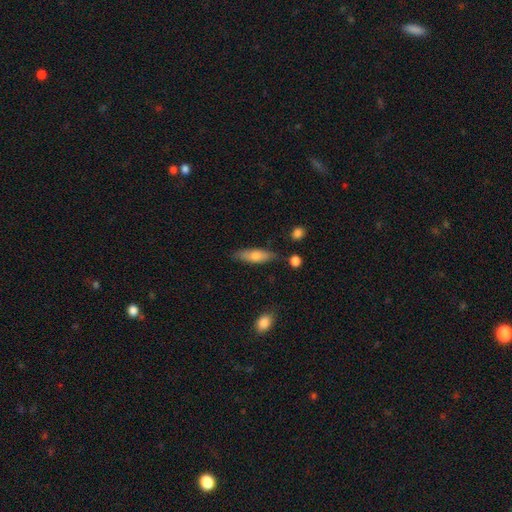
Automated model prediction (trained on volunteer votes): A smooth galaxy with no disk features (64%) that is cigar-shaped (55%). Merging: none (79%).